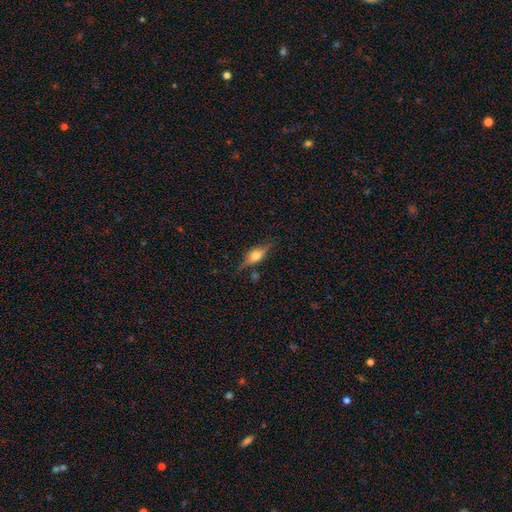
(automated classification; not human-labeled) Smooth or featured: featured or disk — 61% (smooth — 31%)
Edge-on disk: yes — 94% (no — 6%)
Edge-on bulge: rounded — 92% (boxy — 7%)
Merging: none — 80% (minor disturbance — 14%)